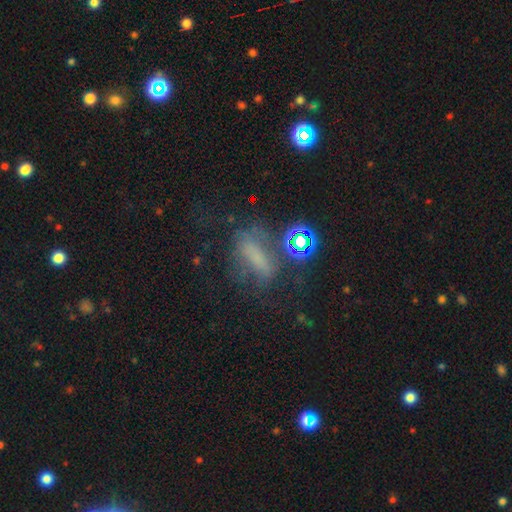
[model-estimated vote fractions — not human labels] This appears to be a smooth galaxy with no disk features (46%). Merging: none (46%).